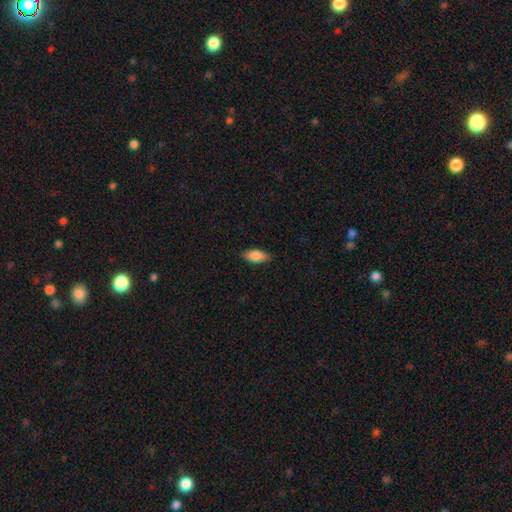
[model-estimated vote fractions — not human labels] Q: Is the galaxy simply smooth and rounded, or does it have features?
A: smooth — 85%.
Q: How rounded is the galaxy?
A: in between — 87%.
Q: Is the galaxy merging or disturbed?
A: none — 86%.